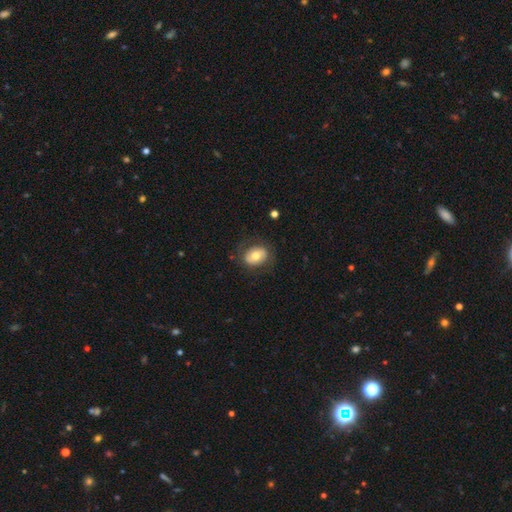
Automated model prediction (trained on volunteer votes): Smooth or featured? Predicted: smooth (p=0.66). How rounded? Predicted: in between (p=0.61). Merging? Predicted: none (p=0.78).